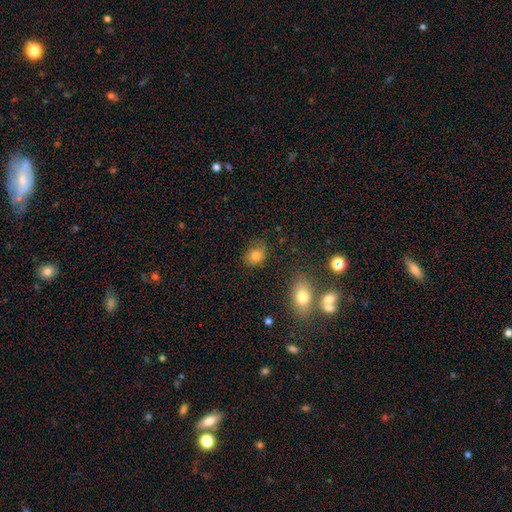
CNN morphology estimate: This is clearly a smooth galaxy (82%). How rounded: possibly in between (54%). Merging: likely none (79%).